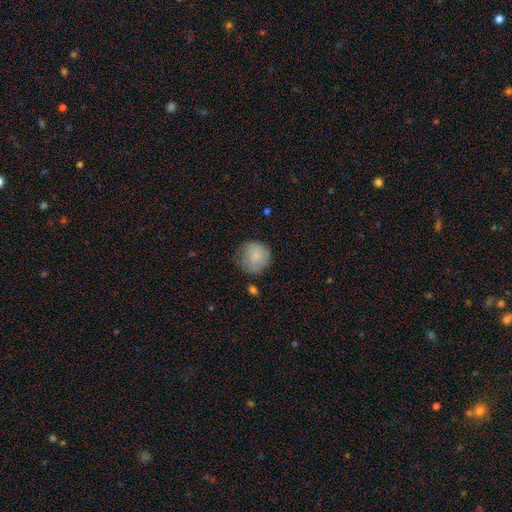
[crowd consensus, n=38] Smooth or featured?
  - smooth: 89% *
  - featured or disk: 5%
  - star or artifact: 5%
How rounded?
  - round: 85% *
  - in between: 15%
  - cigar-shaped: 0%
Merging?
  - none: 64% *
  - minor disturbance: 25%
  - major disturbance: 11%
  - merger: 0%